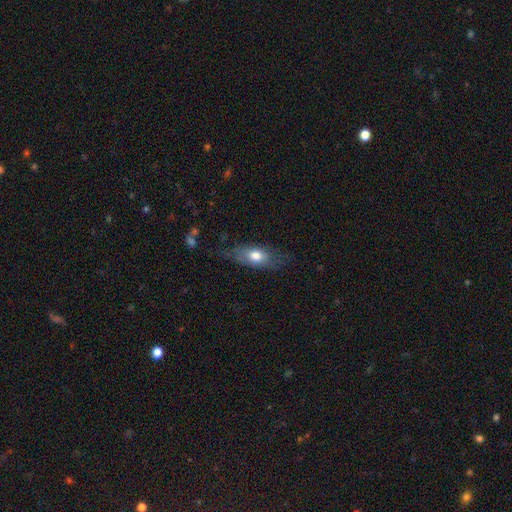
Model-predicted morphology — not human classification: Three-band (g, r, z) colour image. It shows a smooth galaxy with no disk features (66%) that is in between round and cigar-shaped (73%). Merging: none (64%).